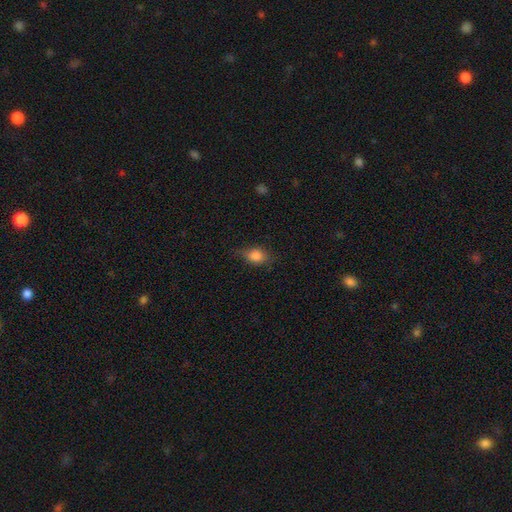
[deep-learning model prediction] Q: Smooth or featured?
A: smooth (81%); runner-up: star or artifact (10%)
Q: How rounded?
A: in between (62%); runner-up: round (35%)
Q: Merging?
A: none (69%); runner-up: minor disturbance (24%)